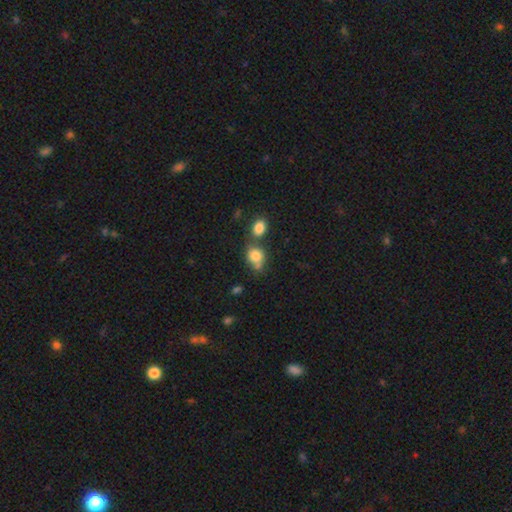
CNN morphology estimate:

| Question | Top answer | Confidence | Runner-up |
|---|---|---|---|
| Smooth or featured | smooth | 80% | star or artifact (10%) |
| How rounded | round | 60% | in between (38%) |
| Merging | none | 45% | merger (36%) |